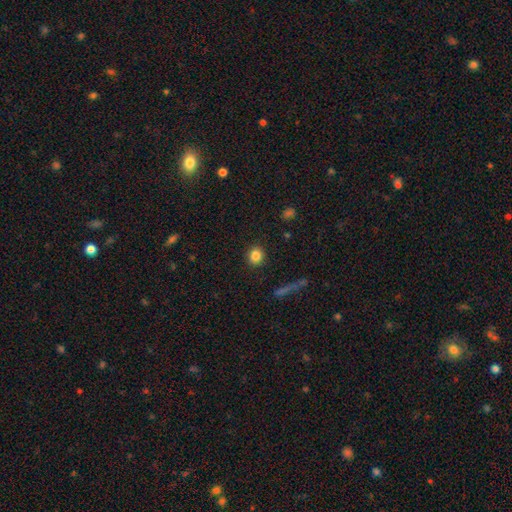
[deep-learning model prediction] Overall: smooth (84%). How rounded: round (86%). Merging: none (90%).